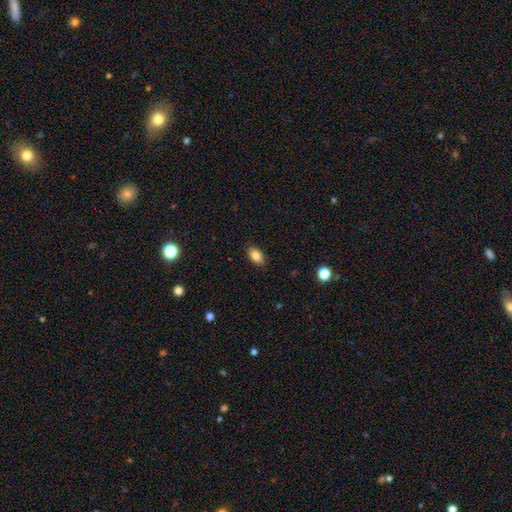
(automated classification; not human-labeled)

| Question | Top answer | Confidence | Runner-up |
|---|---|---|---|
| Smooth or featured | smooth | 85% | star or artifact (8%) |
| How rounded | in between | 90% | round (8%) |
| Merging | none | 88% | minor disturbance (9%) |